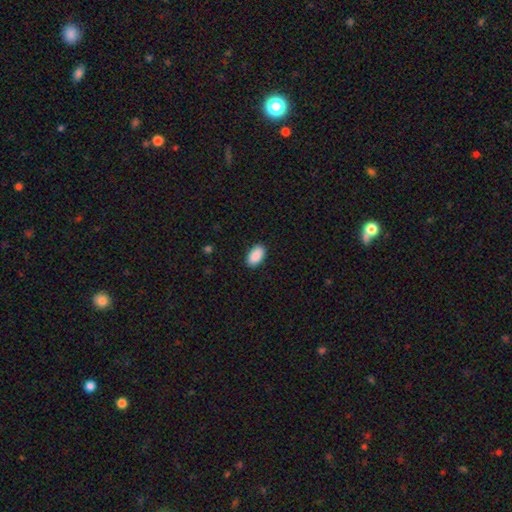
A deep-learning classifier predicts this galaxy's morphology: This is clearly a smooth galaxy (90%). How rounded: clearly in between (95%). Merging: clearly none (89%).